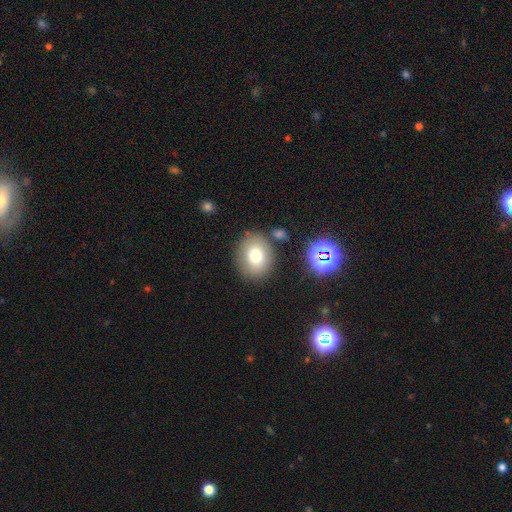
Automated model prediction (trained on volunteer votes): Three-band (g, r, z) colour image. It shows a smooth galaxy with no disk features (73%) that is round (58%). Merging: none (80%).